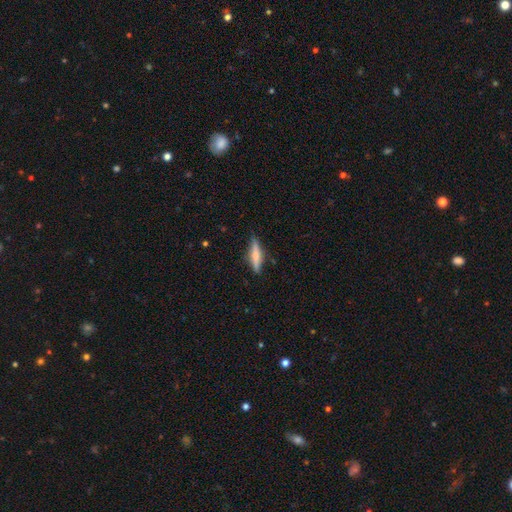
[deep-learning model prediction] Smooth or featured? smooth (54%)
How rounded? cigar-shaped (78%)
Merging? none (82%)